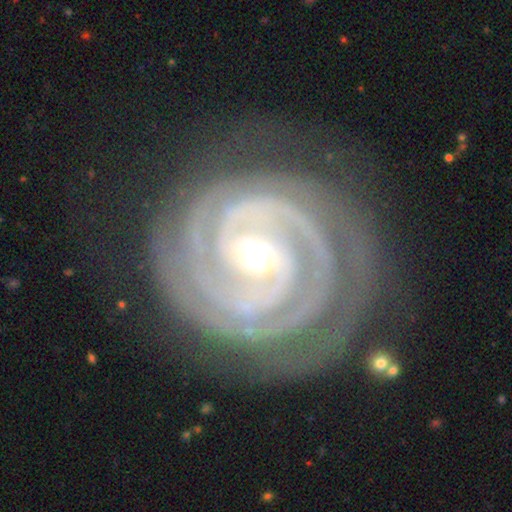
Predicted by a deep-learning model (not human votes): The model was most divided on "bar" (2-way tie): strong: 38%, weak: 38%, no: 25%. More confident: spiral arms — yes (99%); edge-on disk — no (98%); smooth or featured — featured or disk (92%); spiral winding — tight (87%); merging — none (79%); spiral arm count — 2 (53%); bulge size — small (52%).